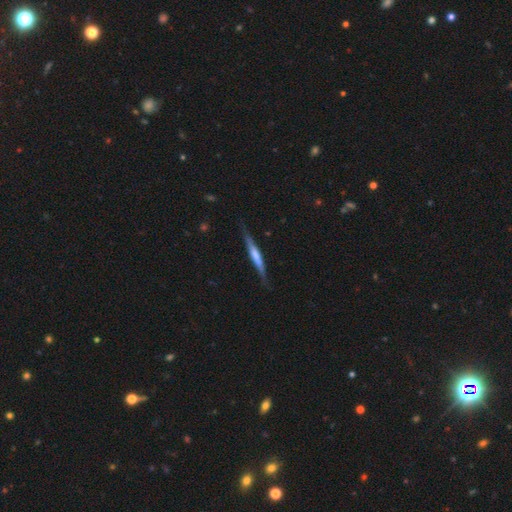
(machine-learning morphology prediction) Q: Smooth or featured?
A: featured or disk (56%); runner-up: smooth (39%)
Q: Edge-on disk?
A: yes (94%); runner-up: no (6%)
Q: Edge-on bulge?
A: none (38%); runner-up: boxy (36%)
Q: Merging?
A: none (79%); runner-up: minor disturbance (15%)